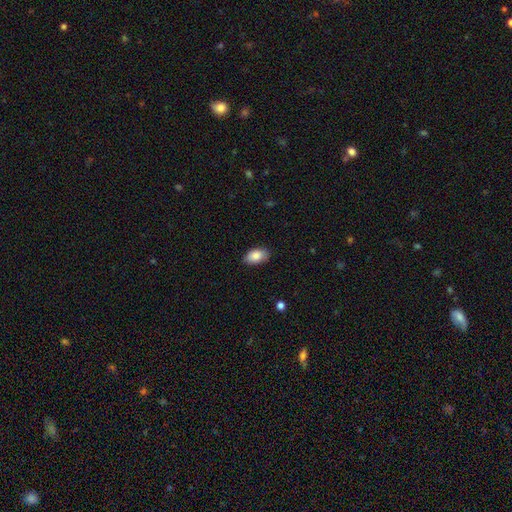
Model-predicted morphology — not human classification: The model was most divided on "merging": none: 84%, minor disturbance: 13%, major disturbance: 2%, merger: 1%. More confident: how rounded — in between (92%); smooth or featured — smooth (86%).